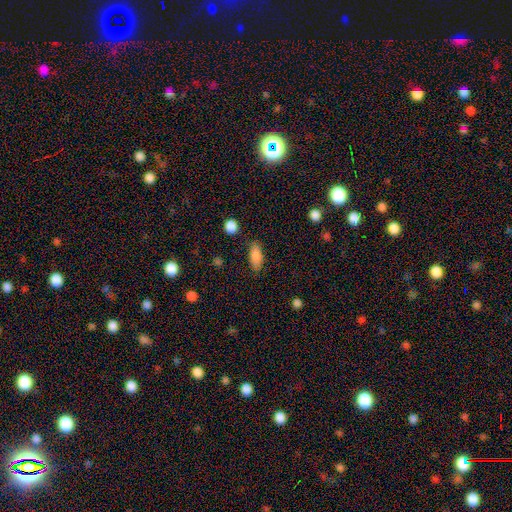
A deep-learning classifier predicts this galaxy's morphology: This appears to be a smooth galaxy with no disk features (83%) that is in between round and cigar-shaped (78%). Merging: none (82%).